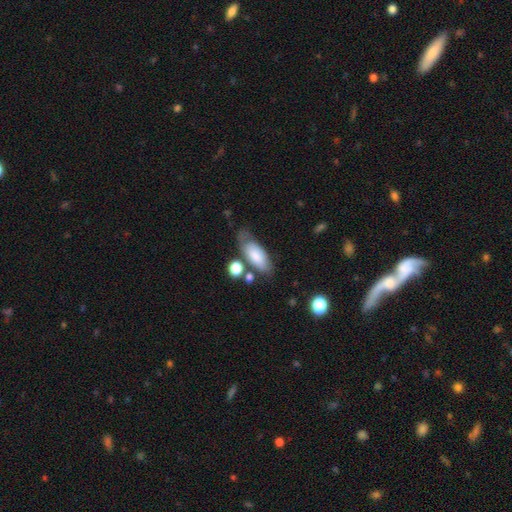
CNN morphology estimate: Smooth or featured? Predicted: smooth (p=0.73). How rounded? Predicted: in between (p=0.80). Merging? Predicted: none (p=0.52).